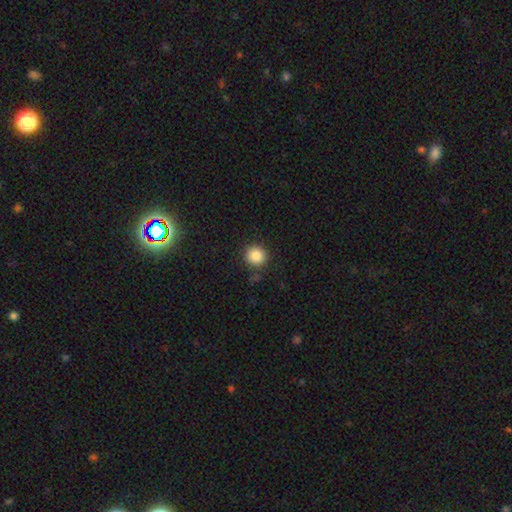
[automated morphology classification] type=smooth (86%); roundness=round (92%); merging=none (86%).